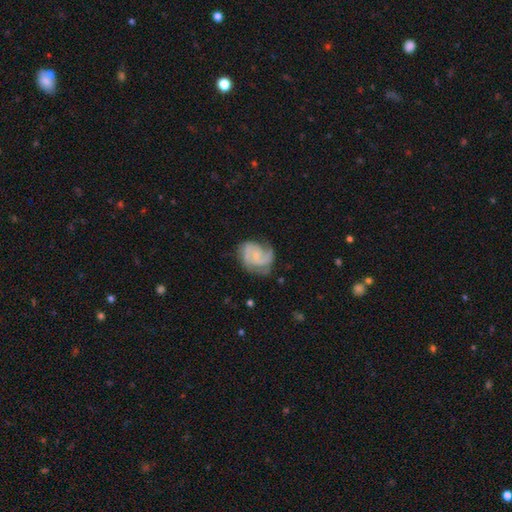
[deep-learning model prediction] smooth-or-featured: featured or disk: 80% | smooth: 14% | star or artifact: 6%
  disk-edge-on: no: 98% | yes: 2%
    bar: no: 59% | weak: 35% | strong: 6%
    has-spiral-arms: yes: 96% | no: 4%
      spiral-winding: medium: 47% | tight: 37% | loose: 16%
      spiral-arm-count: 2: 65% | 3: 14% | can't tell: 10% | 1: 6% | 4: 2% | more than 4: 2%
    bulge-size: small: 60% | none: 22% | moderate: 16% | large: 1% | dominant: 1%
  merging: none: 63% | minor disturbance: 23% | major disturbance: 12% | merger: 2%